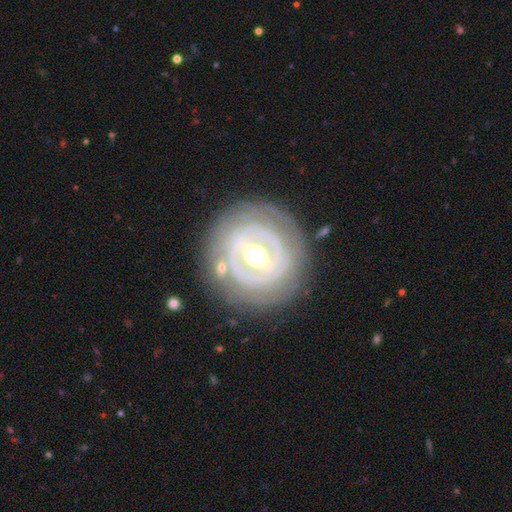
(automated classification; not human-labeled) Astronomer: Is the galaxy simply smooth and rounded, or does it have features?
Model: featured or disk — 78%.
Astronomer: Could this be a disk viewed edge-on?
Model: no — 94%.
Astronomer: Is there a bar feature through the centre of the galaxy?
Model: strong — 42% (runner-up: weak, 36%).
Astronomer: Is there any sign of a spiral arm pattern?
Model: no — 53% (runner-up: yes, 47%).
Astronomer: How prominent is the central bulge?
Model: moderate — 73%.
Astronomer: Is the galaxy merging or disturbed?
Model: none — 80%.